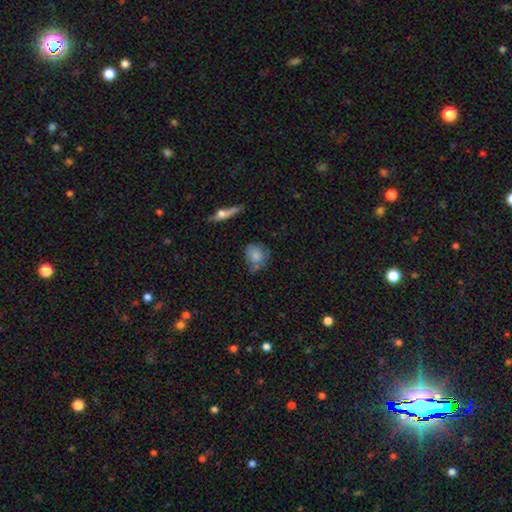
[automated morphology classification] Smooth or featured: smooth — 72% (featured or disk — 19%)
How rounded: round — 55% (in between — 43%)
Merging: none — 50% (minor disturbance — 34%)